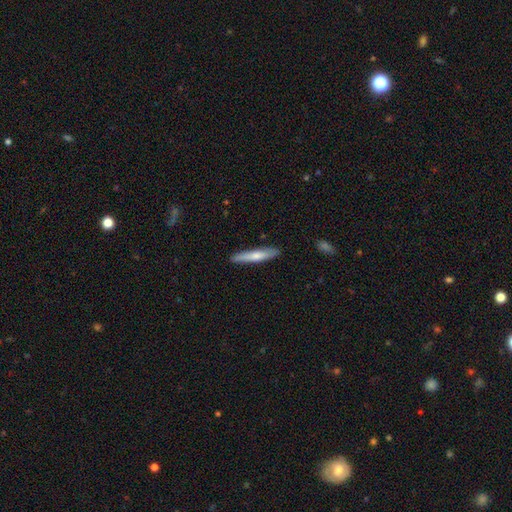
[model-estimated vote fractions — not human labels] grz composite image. It shows a smooth galaxy with no disk features (62%) that is cigar-shaped (91%). Merging: none (88%).